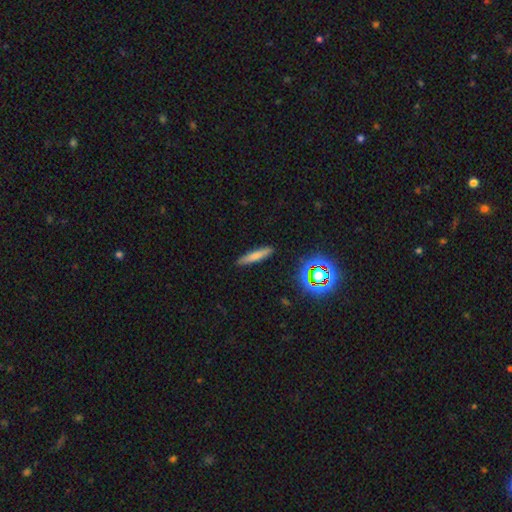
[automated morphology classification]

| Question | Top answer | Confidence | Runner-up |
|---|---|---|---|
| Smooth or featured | smooth | 71% | featured or disk (17%) |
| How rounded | cigar-shaped | 87% | in between (11%) |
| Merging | none | 88% | minor disturbance (8%) |